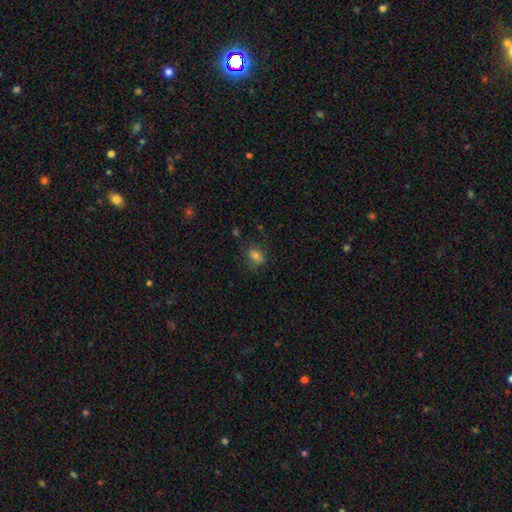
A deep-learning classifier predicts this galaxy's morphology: This is likely a smooth galaxy (74%). How rounded: likely in between (68%). Merging: likely none (72%).